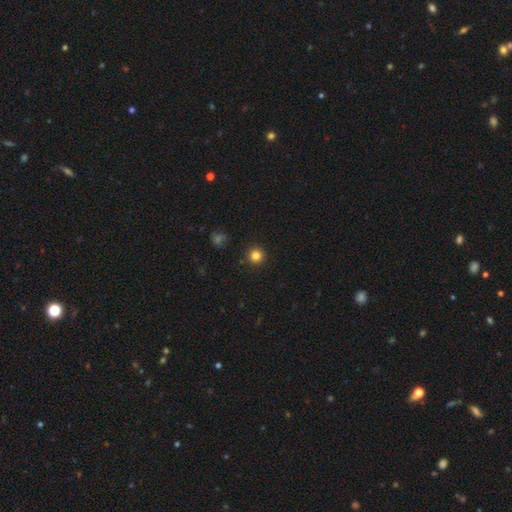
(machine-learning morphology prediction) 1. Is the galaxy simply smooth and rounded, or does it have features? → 82% smooth, 13% star or artifact, 5% featured or disk.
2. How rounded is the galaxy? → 95% round, 4% in between, 1% cigar-shaped.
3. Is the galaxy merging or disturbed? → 92% none, 5% minor disturbance, 2% major disturbance, 1% merger.